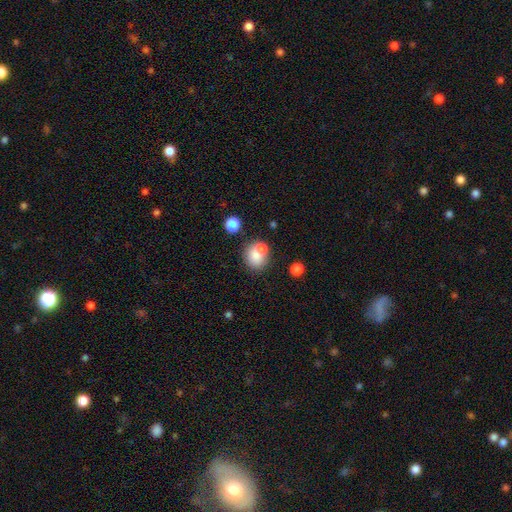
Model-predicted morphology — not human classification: Smooth or featured? smooth (76%)
How rounded? round (71%)
Merging? none (48%)